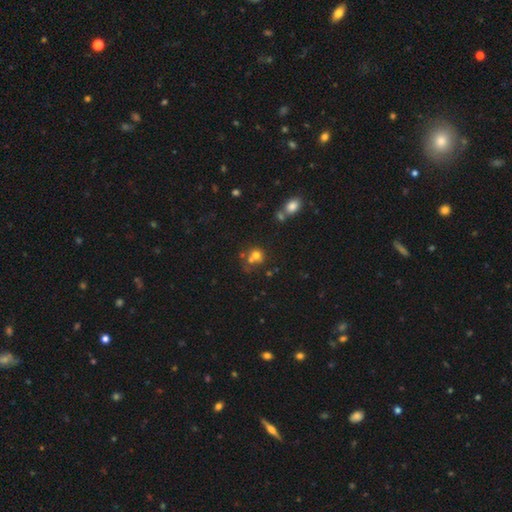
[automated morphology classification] type=smooth (68%); roundness=round (81%); merging=none (46%).